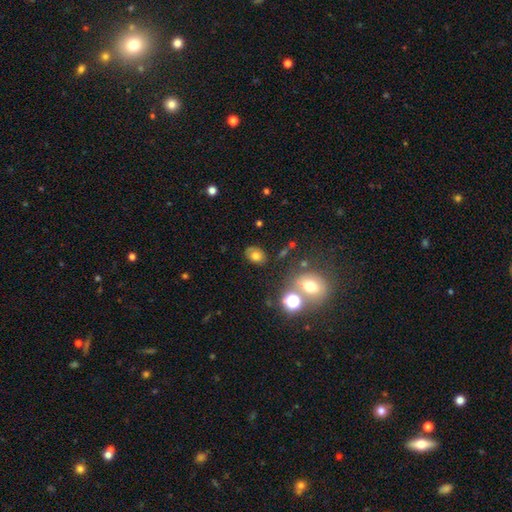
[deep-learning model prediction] smooth-or-featured: smooth: 69% | featured or disk: 17% | star or artifact: 14%
  how-rounded: in between: 65% | round: 34% | cigar-shaped: 1%
  merging: none: 73% | minor disturbance: 17% | major disturbance: 6% | merger: 5%